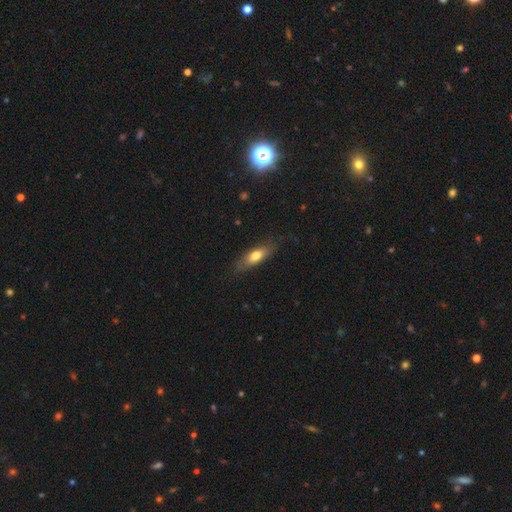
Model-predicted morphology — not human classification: smooth_or_featured: smooth (p=0.68) [alt: featured or disk p=0.26]
how_rounded: in between (p=0.57) [alt: cigar-shaped p=0.40]
merging: none (p=0.76) [alt: minor disturbance p=0.18]